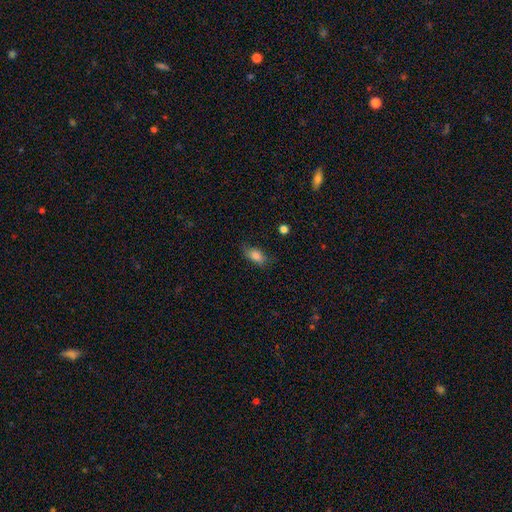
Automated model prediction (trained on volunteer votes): This is clearly a smooth galaxy (83%). How rounded: clearly in between (87%). Merging: likely none (72%).